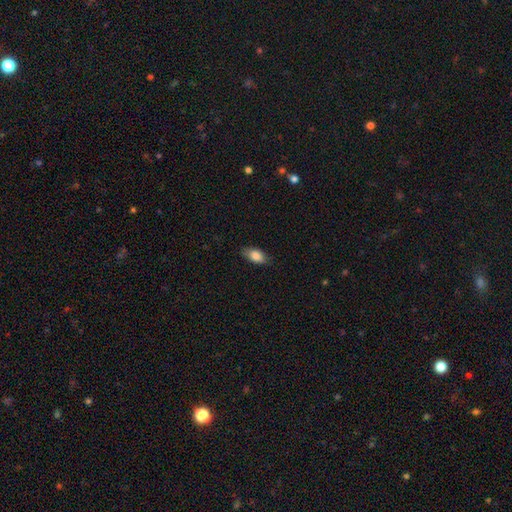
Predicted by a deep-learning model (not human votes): This is clearly a smooth galaxy (85%). How rounded: clearly in between (89%). Merging: likely none (79%).